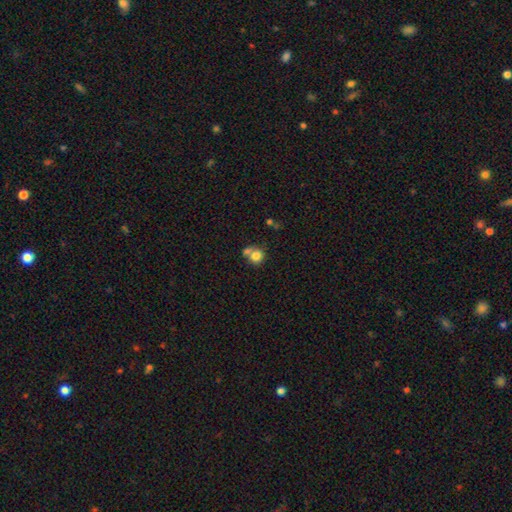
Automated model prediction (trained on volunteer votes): A smooth galaxy with no disk features (80%) that is round (83%).

Vote fractions:
- Smooth or featured? smooth: 80% / featured or disk: 11% / star or artifact: 10%
- How rounded? round: 83% / in between: 16% / cigar-shaped: 1%
- Merging? none: 45% / merger: 41% / minor disturbance: 10% / major disturbance: 5%